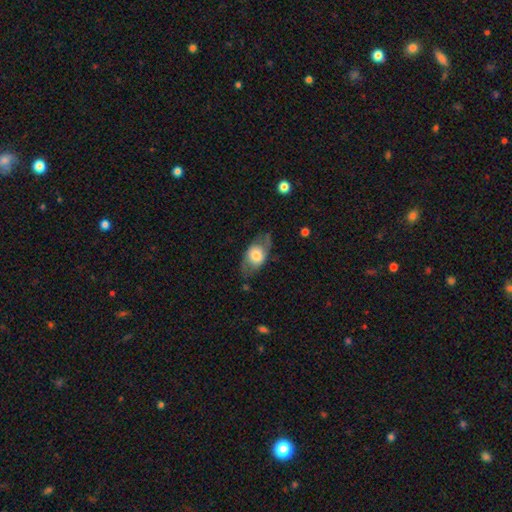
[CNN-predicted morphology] smooth-or-featured: smooth: 48% | featured or disk: 45% | star or artifact: 7%
  merging: none: 66% | minor disturbance: 21% | major disturbance: 11% | merger: 2%